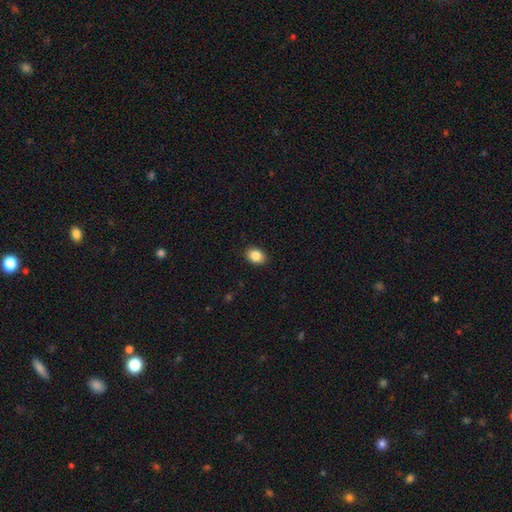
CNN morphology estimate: A smooth galaxy with no disk features (86%) that is in between round and cigar-shaped (73%).

Vote fractions:
- Smooth or featured? smooth: 86% / star or artifact: 8% / featured or disk: 5%
- How rounded? in between: 73% / round: 26% / cigar-shaped: 1%
- Merging? none: 90% / minor disturbance: 8% / major disturbance: 2% / merger: 1%